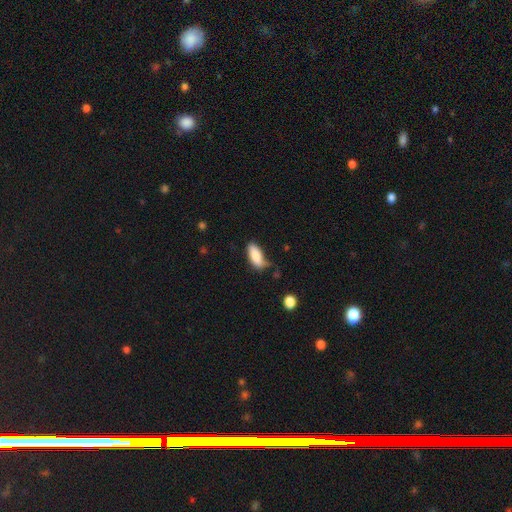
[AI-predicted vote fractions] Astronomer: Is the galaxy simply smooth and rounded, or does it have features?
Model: smooth — 83%.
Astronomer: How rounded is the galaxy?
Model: in between — 83%.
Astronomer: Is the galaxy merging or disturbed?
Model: none — 55% (runner-up: minor disturbance, 32%).